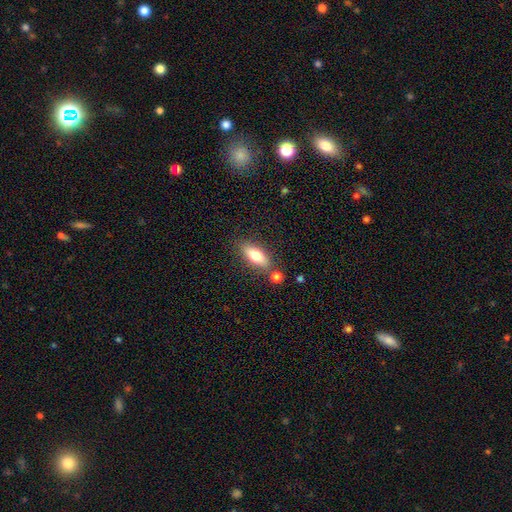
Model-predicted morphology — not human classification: type=smooth (74%); roundness=in between (73%); merging=none (73%).